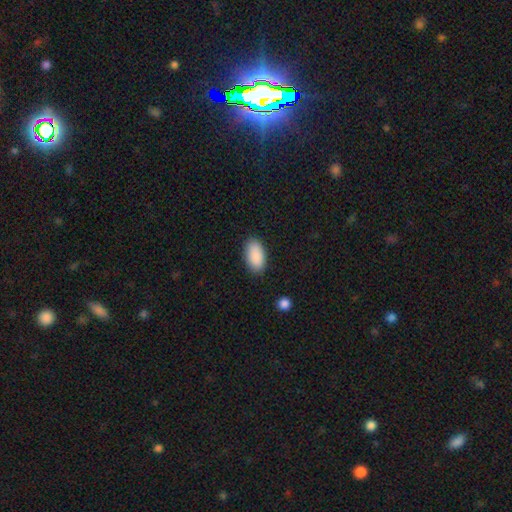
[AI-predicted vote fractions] This appears to be a smooth galaxy with no disk features (90%) that is in between round and cigar-shaped (95%). Merging: none (87%).